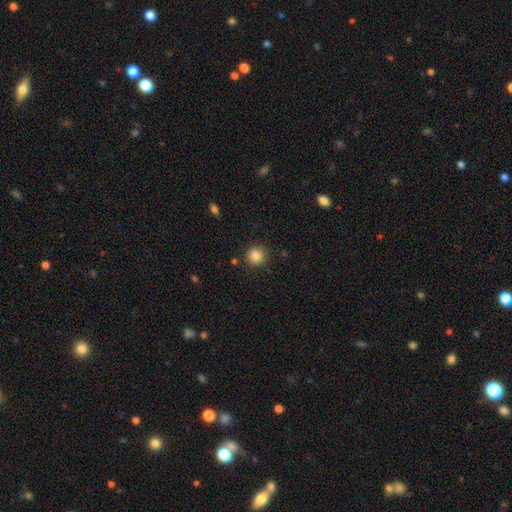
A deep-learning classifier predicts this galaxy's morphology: Smooth or featured?
  - smooth: 84% *
  - star or artifact: 10%
  - featured or disk: 5%
How rounded?
  - round: 94% *
  - in between: 5%
  - cigar-shaped: 1%
Merging?
  - none: 89% *
  - minor disturbance: 7%
  - major disturbance: 2%
  - merger: 2%